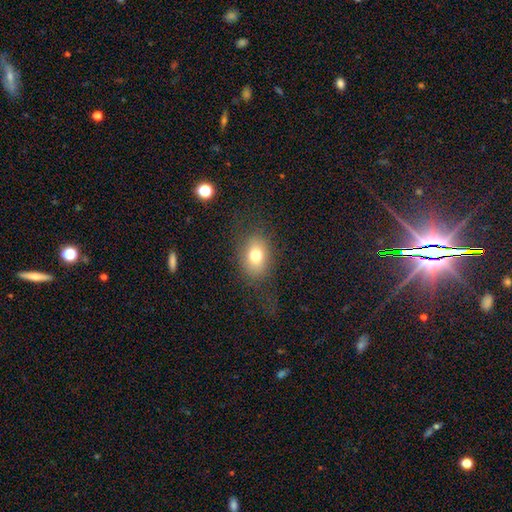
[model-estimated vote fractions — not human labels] A smooth galaxy with no disk features (75%) that is in between round and cigar-shaped (70%). Merging: none (75%).